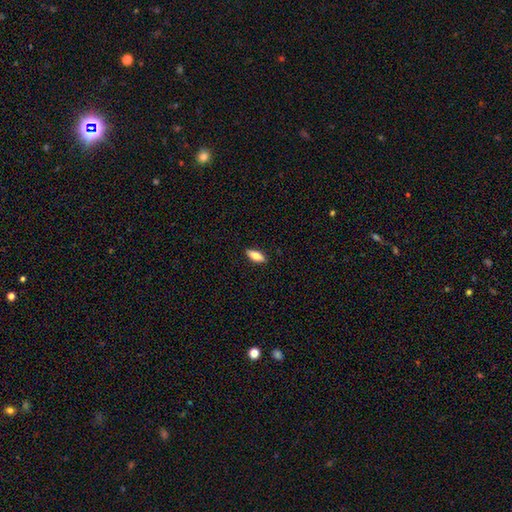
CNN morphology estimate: smooth_or_featured: smooth (p=0.74) [alt: featured or disk p=0.20]
how_rounded: in between (p=0.72) [alt: cigar-shaped p=0.25]
merging: none (p=0.89) [alt: minor disturbance p=0.08]